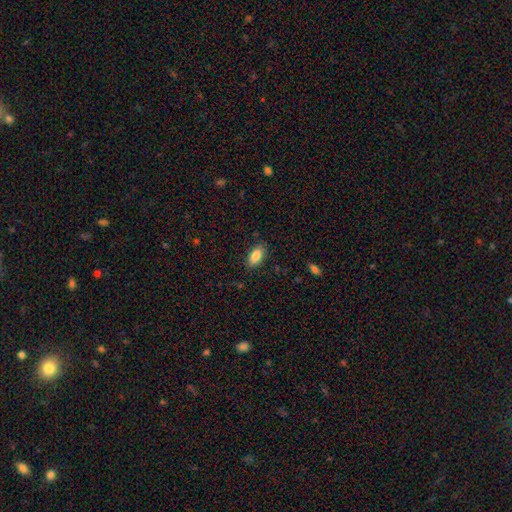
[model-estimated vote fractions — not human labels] Q: Smooth or featured?
A: smooth (86%); runner-up: star or artifact (7%)
Q: How rounded?
A: in between (90%); runner-up: cigar-shaped (6%)
Q: Merging?
A: none (85%); runner-up: minor disturbance (12%)